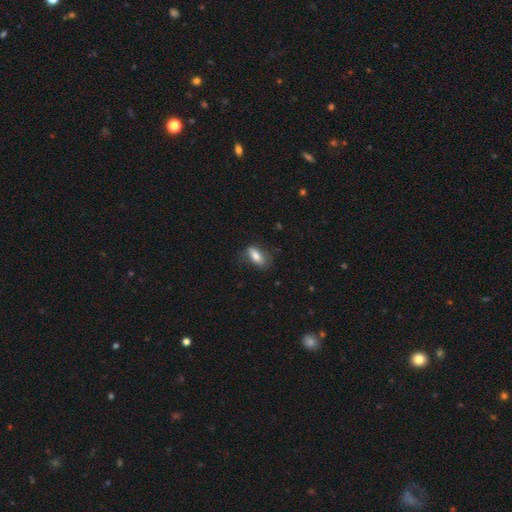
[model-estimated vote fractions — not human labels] A smooth galaxy with no disk features (77%) that is in between round and cigar-shaped (79%). Merging: none (61%).